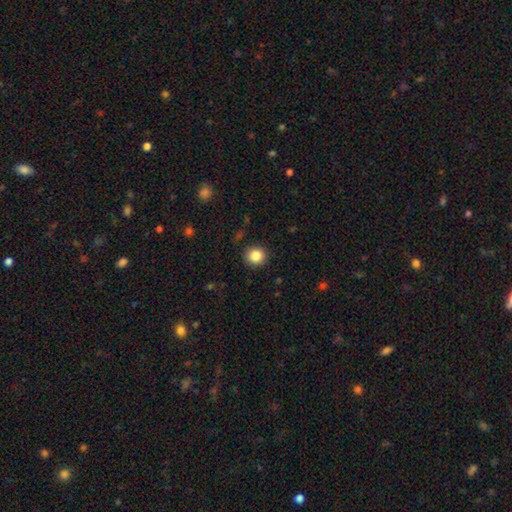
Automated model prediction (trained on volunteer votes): A smooth galaxy with no disk features (86%) that is round (90%). Merging: none (90%).